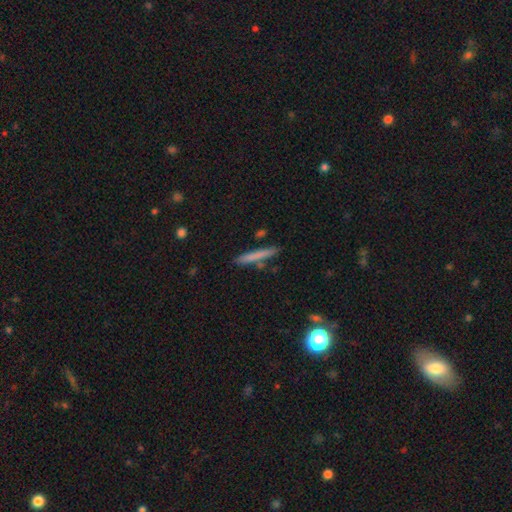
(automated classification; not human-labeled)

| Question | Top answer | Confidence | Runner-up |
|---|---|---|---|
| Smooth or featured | smooth | 72% | featured or disk (21%) |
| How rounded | cigar-shaped | 95% | in between (3%) |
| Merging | none | 86% | minor disturbance (9%) |